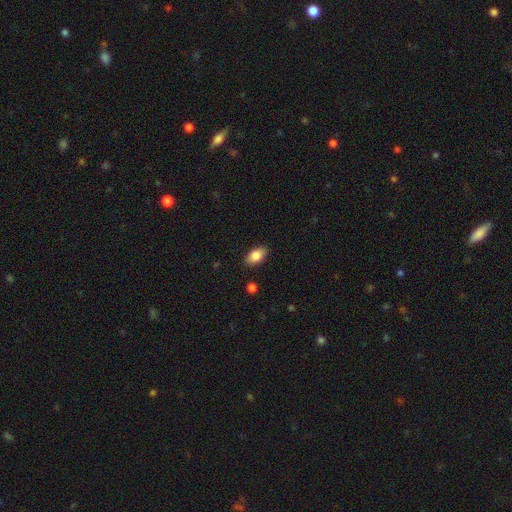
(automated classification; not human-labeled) smooth 83%, featured or disk 9%, star or artifact 7%. Down the decision tree: how rounded — in between (91%); merging — none (88%).